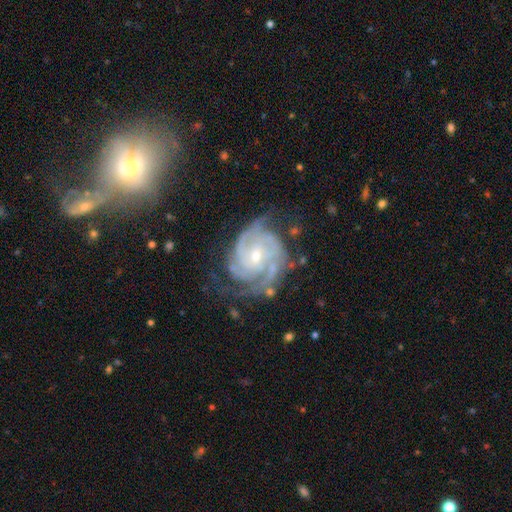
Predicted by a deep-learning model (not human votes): Smooth or featured?
  - featured or disk: 91% *
  - star or artifact: 5%
  - smooth: 4%
Edge-on disk?
  - no: 98% *
  - yes: 2%
Bar?
  - no: 63% *
  - weak: 29%
  - strong: 8%
Spiral arms?
  - yes: 98% *
  - no: 2%
Spiral winding?
  - tight: 63% *
  - medium: 32%
  - loose: 5%
Spiral arm count?
  - 3: 34% *
  - 2: 27%
  - can't tell: 16%
  - 4: 13%
  - more than 4: 5%
  - 1: 5%
Bulge size?
  - small: 68% *
  - moderate: 29%
  - large: 1%
  - none: 1%
  - dominant: 1%
Merging?
  - none: 64% *
  - minor disturbance: 22%
  - major disturbance: 12%
  - merger: 2%